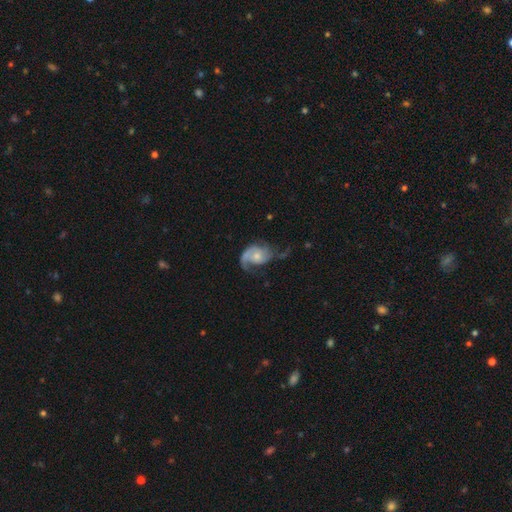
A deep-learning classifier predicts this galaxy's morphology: Smooth or featured? featured or disk (77%)
Edge-on disk? no (97%)
Bar? no (72%)
Spiral arms? yes (92%)
Spiral winding? loose (41%)
Spiral arm count? 2 (60%)
Bulge size? small (47%)
Merging? none (41%)